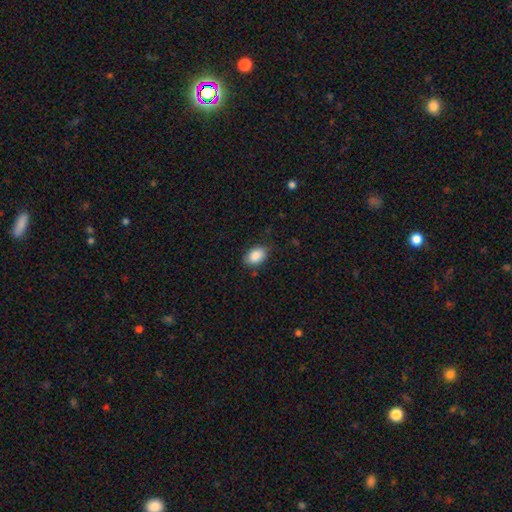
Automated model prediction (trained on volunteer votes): A smooth galaxy with no disk features (88%) that is in between round and cigar-shaped (81%).

Vote fractions:
- Smooth or featured? smooth: 88% / star or artifact: 7% / featured or disk: 5%
- How rounded? in between: 81% / round: 18% / cigar-shaped: 1%
- Merging? none: 80% / minor disturbance: 16% / major disturbance: 3% / merger: 1%